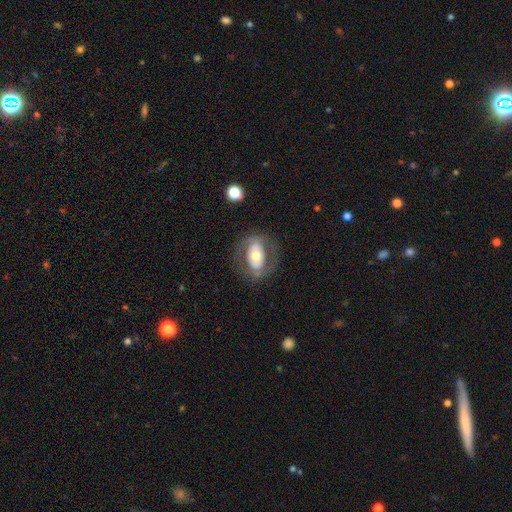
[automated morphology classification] smooth-or-featured: featured or disk: 53% | smooth: 40% | star or artifact: 6%
  disk-edge-on: no: 93% | yes: 7%
  merging: none: 72% | minor disturbance: 15% | major disturbance: 12% | merger: 2%